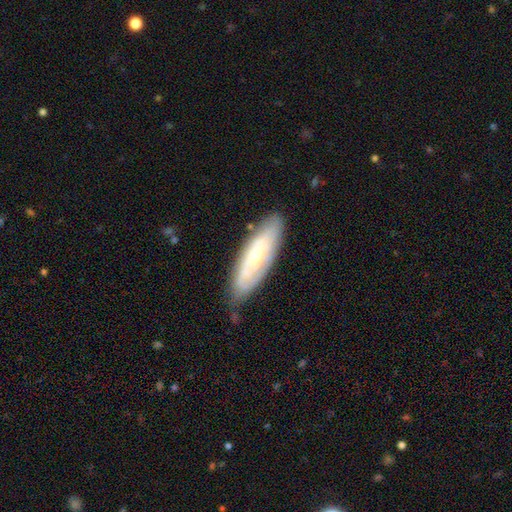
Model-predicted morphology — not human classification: Smooth or featured? Predicted: featured or disk (p=0.58). Edge-on disk? Predicted: no (p=0.74). Merging? Predicted: none (p=0.74).